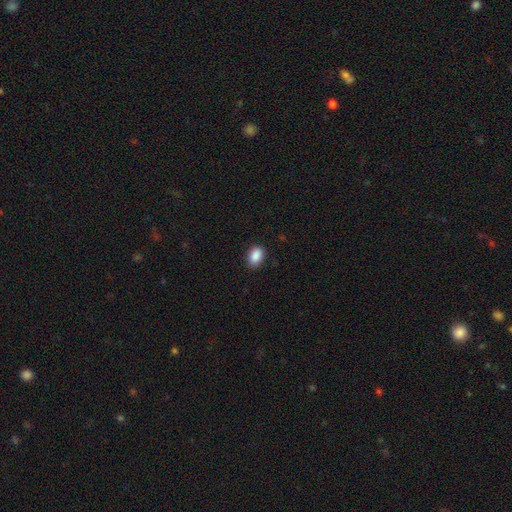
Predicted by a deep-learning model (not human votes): Overall: smooth (89%). How rounded: in between (82%). Merging: none (87%).